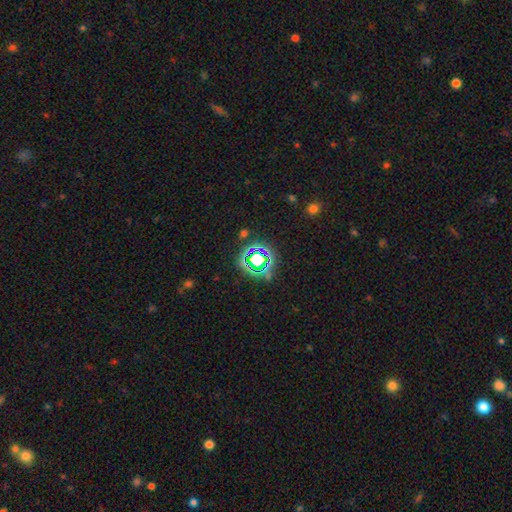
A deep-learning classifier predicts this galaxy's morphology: type=star or artifact (65%).